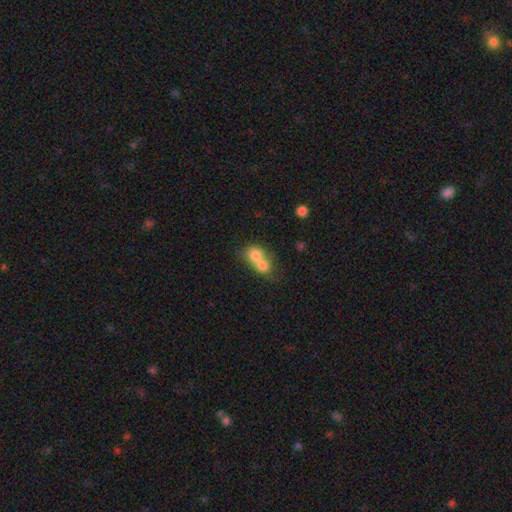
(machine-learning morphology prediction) Smooth or featured? Predicted: smooth (p=0.73). How rounded? Predicted: round (p=0.63). Merging? Predicted: merger (p=0.74).